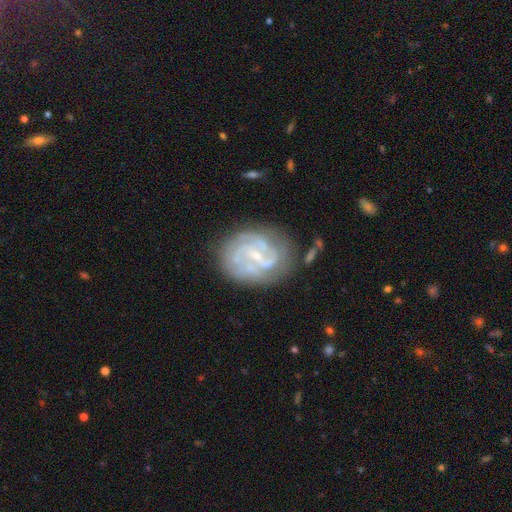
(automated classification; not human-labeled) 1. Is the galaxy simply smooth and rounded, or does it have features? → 85% featured or disk, 9% smooth, 6% star or artifact.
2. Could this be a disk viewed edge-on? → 98% no, 2% yes.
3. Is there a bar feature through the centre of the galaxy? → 48% weak, 36% no, 17% strong.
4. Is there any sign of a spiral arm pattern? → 94% yes, 6% no.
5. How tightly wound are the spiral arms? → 55% tight, 36% medium, 9% loose.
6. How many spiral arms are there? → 36% 2, 25% can't tell, 22% 3, 8% 4, 5% 1, 5% more than 4.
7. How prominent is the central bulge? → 75% small, 19% moderate, 5% none, 1% large, 1% dominant.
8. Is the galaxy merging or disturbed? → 69% none, 19% minor disturbance, 9% major disturbance, 3% merger.